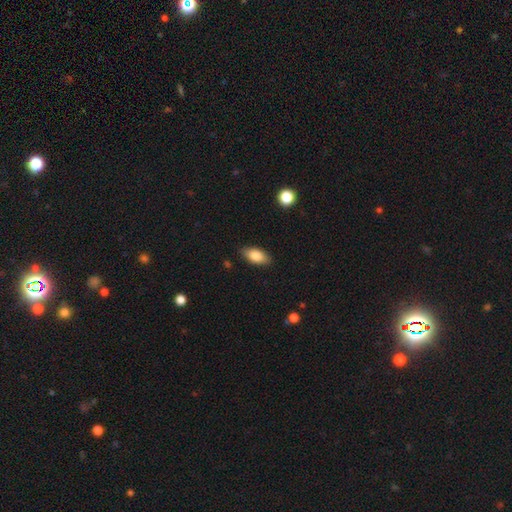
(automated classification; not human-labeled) This is clearly a smooth galaxy (82%). How rounded: clearly in between (90%). Merging: clearly none (86%).